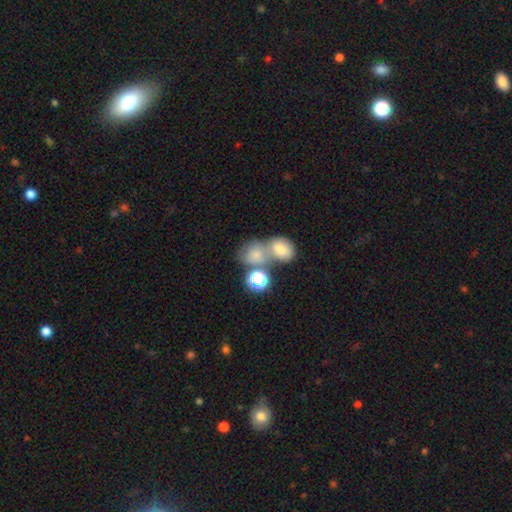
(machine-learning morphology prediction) A smooth galaxy with no disk features (69%) that is round (50%).

Vote fractions:
- Smooth or featured? smooth: 69% / star or artifact: 16% / featured or disk: 15%
- How rounded? round: 50% / in between: 49% / cigar-shaped: 1%
- Merging? merger: 57% / none: 27% / minor disturbance: 10% / major disturbance: 6%